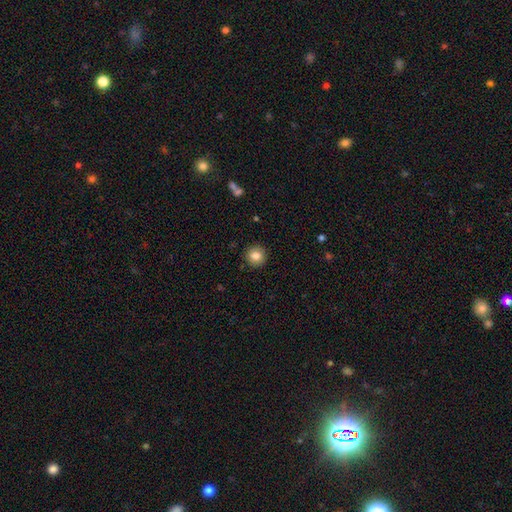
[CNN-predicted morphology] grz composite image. It shows a smooth galaxy with no disk features (84%) that is round (93%). Merging: none (91%).